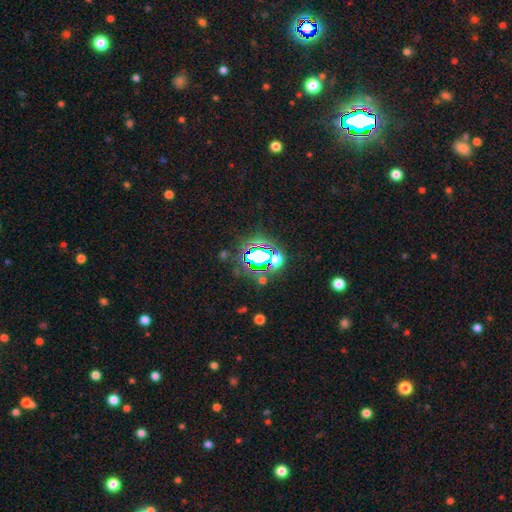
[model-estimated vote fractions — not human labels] Smooth or featured: star or artifact — 69% (smooth — 20%)